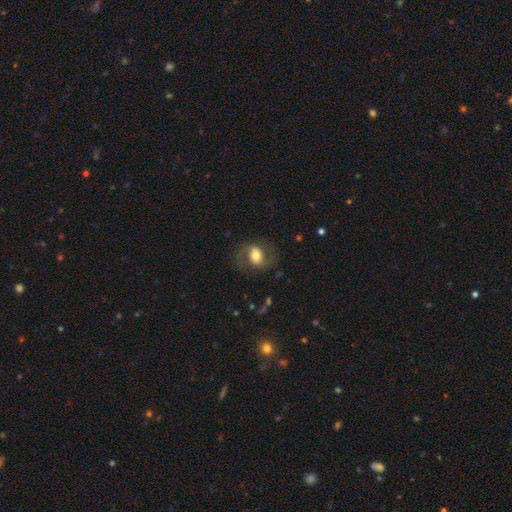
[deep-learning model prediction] A smooth galaxy with no disk features (55%) that is in between round and cigar-shaped (69%). Merging: none (68%).